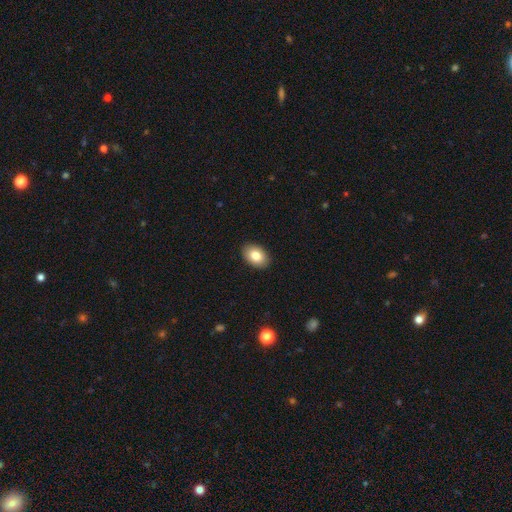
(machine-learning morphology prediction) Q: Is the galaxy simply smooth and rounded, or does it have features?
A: smooth — 83%.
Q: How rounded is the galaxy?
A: in between — 88%.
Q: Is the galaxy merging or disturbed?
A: none — 90%.